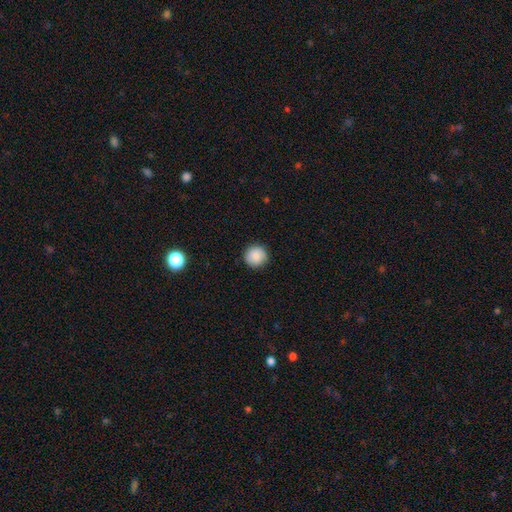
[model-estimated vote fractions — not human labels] Smooth or featured? Predicted: smooth (p=0.87). How rounded? Predicted: round (p=0.94). Merging? Predicted: none (p=0.90).